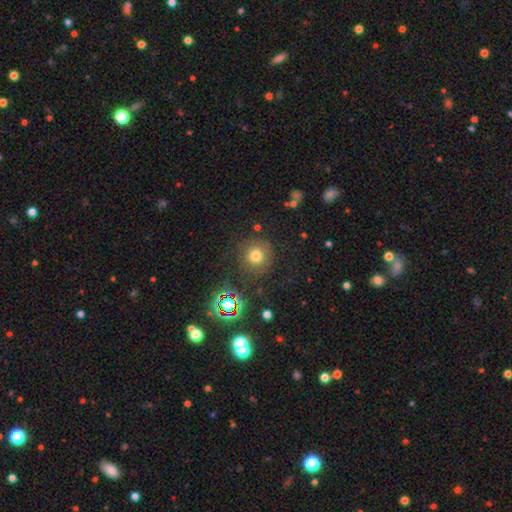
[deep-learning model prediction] This is likely a smooth galaxy (71%). How rounded: clearly round (93%). Merging: clearly none (81%).